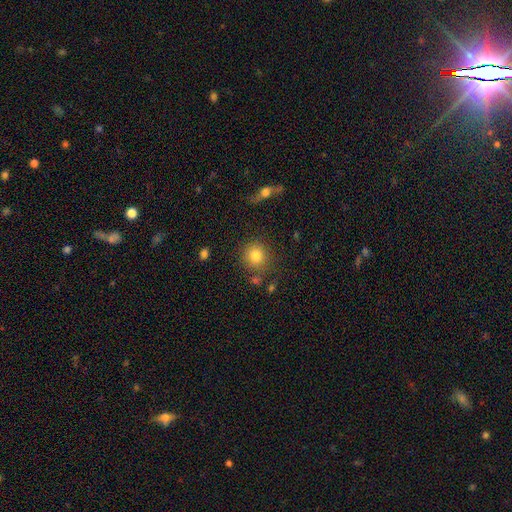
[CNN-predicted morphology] smooth 81%, star or artifact 11%, featured or disk 8%. Down the decision tree: how rounded — round (91%); merging — none (82%).